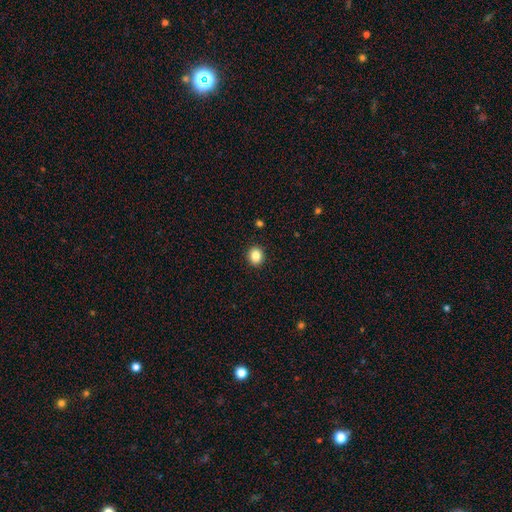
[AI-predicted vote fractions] Smooth or featured? smooth (86%)
How rounded? round (71%)
Merging? none (91%)